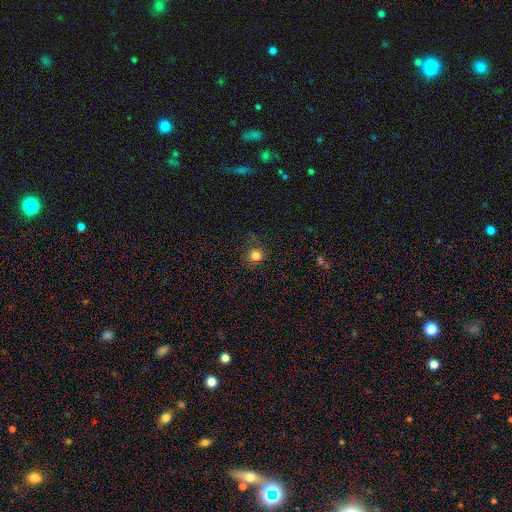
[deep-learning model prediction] The model was most divided on "smooth or featured": smooth: 80%, star or artifact: 15%, featured or disk: 5%. More confident: how rounded — round (92%); merging — none (83%).